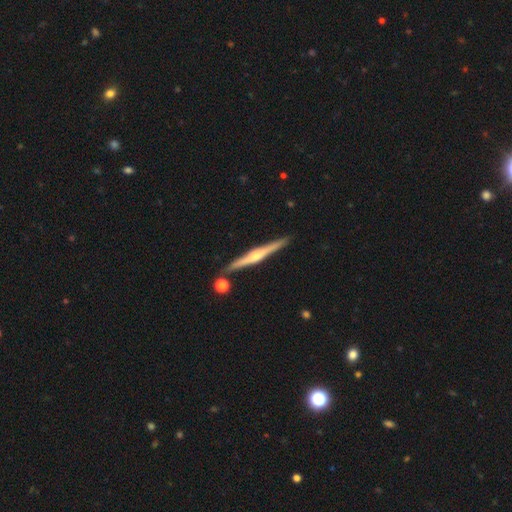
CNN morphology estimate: smooth_or_featured: featured or disk (p=0.76) [alt: smooth p=0.18]
disk_edge_on: yes (p=0.98) [alt: no p=0.02]
edge_on_bulge: rounded (p=0.83) [alt: none p=0.10]
merging: none (p=0.87) [alt: minor disturbance p=0.08]